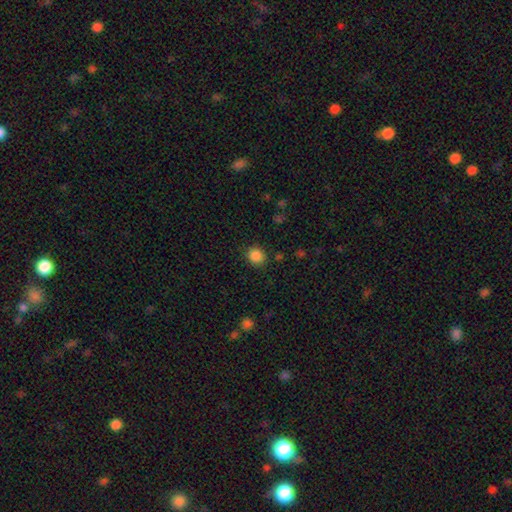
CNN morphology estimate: Smooth or featured? smooth (86%)
How rounded? round (81%)
Merging? none (87%)